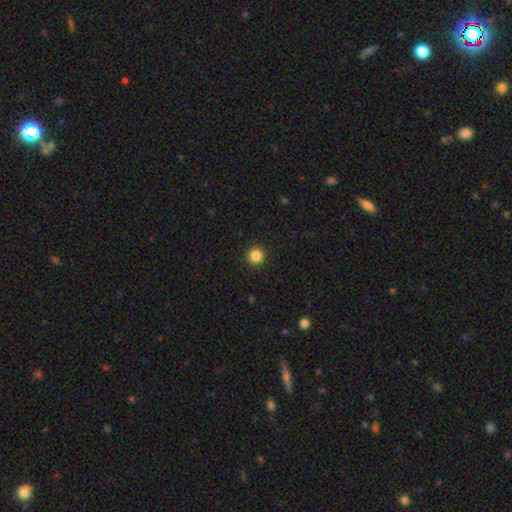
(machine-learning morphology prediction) type=smooth (86%); roundness=round (95%); merging=none (93%).